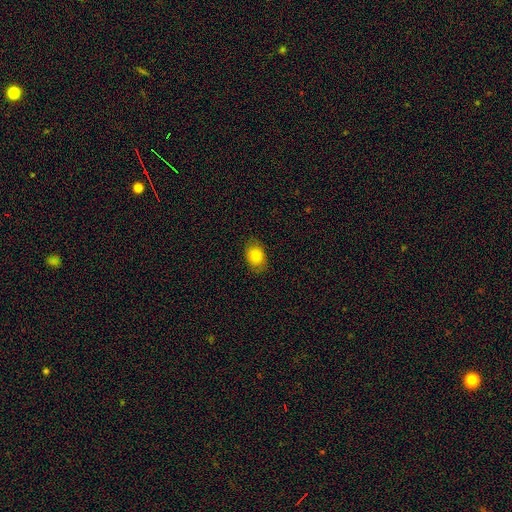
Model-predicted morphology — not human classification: smooth 83%, star or artifact 8%, featured or disk 8%. Down the decision tree: how rounded — in between (76%); merging — none (81%).